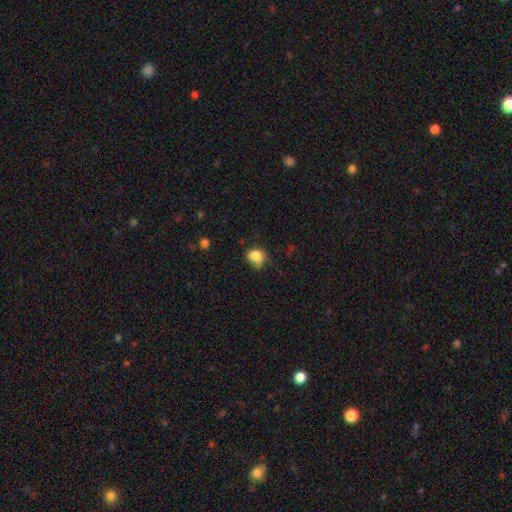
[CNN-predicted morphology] Smooth or featured? Predicted: smooth (p=0.82). How rounded? Predicted: round (p=0.54). Merging? Predicted: none (p=0.47).